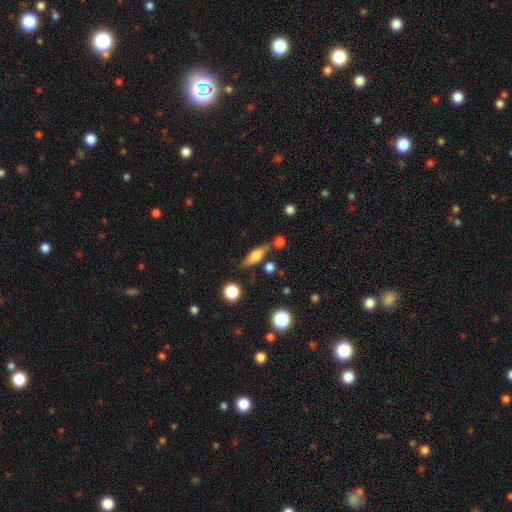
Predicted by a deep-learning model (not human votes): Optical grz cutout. It shows a featured or disk galaxy (46%, tied with smooth). Merging: none (70%).